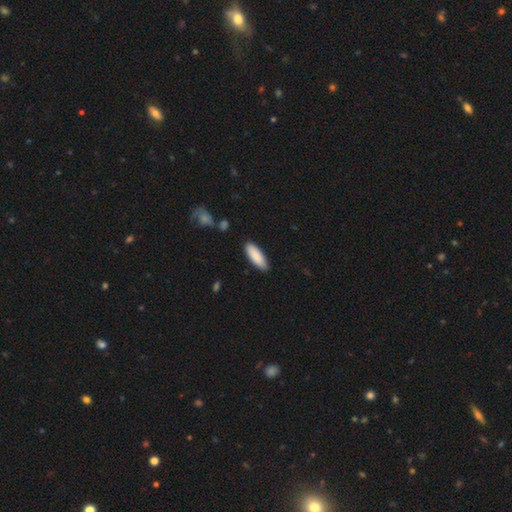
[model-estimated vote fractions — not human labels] smooth 88%, featured or disk 6%, star or artifact 5%. Down the decision tree: how rounded — in between (64%); merging — none (87%).